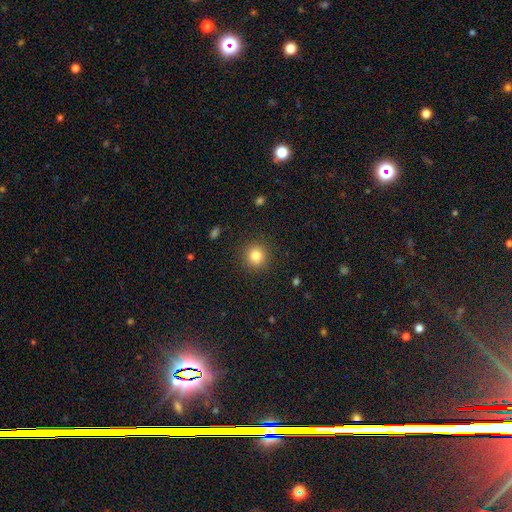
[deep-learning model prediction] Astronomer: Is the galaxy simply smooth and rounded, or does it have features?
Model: smooth — 82%.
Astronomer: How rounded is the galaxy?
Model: round — 93%.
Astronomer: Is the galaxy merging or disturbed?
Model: none — 91%.